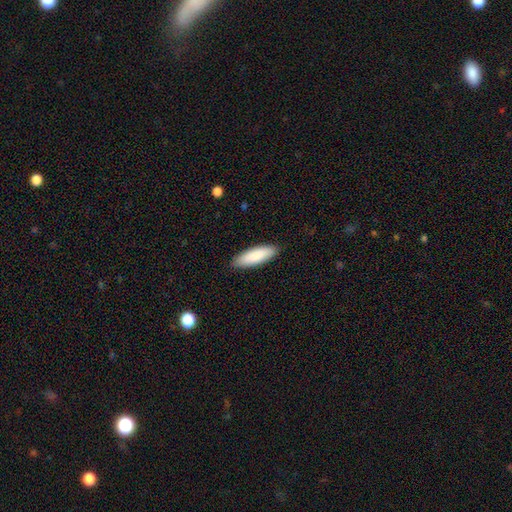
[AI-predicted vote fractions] Smooth or featured? smooth (88%)
How rounded? in between (52%)
Merging? none (88%)